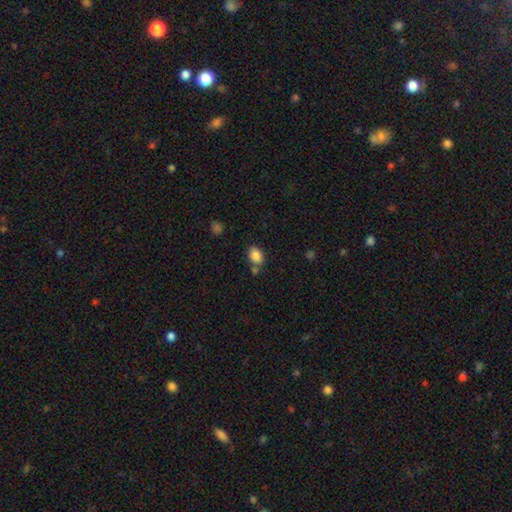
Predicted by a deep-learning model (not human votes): Smooth or featured: smooth — 86% (star or artifact — 9%)
How rounded: in between — 79% (round — 20%)
Merging: none — 65% (merger — 17%)